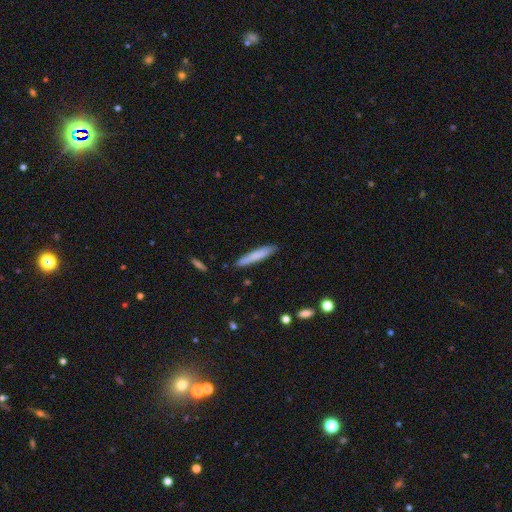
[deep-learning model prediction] smooth-or-featured: smooth: 77% | featured or disk: 17% | star or artifact: 6%
  how-rounded: cigar-shaped: 93% | in between: 6% | round: 1%
  merging: none: 88% | minor disturbance: 9% | major disturbance: 2% | merger: 1%